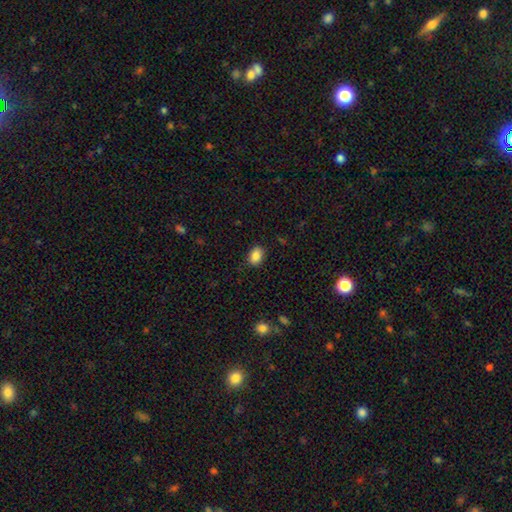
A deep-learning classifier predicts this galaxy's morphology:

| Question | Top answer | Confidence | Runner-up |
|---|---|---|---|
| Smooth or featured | smooth | 87% | star or artifact (9%) |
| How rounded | in between | 75% | round (24%) |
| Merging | none | 86% | minor disturbance (10%) |